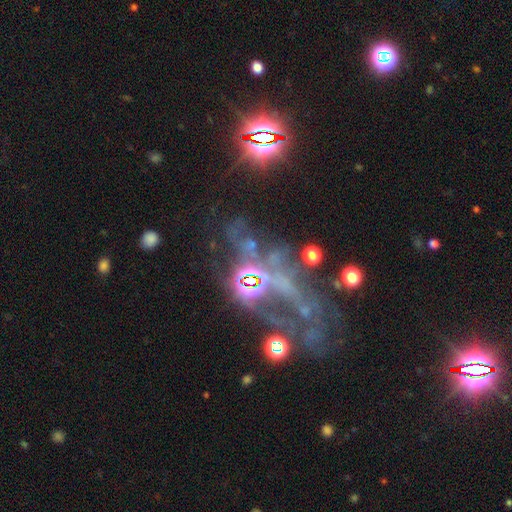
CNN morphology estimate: This appears to be a featured or disk galaxy (46%). Merging: major disturbance (41%).